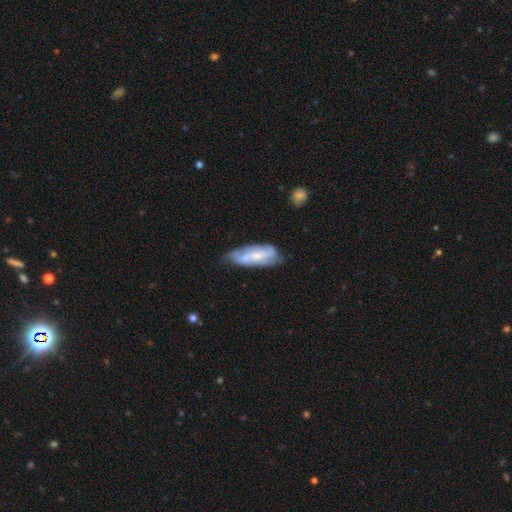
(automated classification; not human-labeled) Overall: featured or disk (57%; smooth 37%). Edge-on disk: no (84%). Merging: none (54%; minor disturbance 32%).